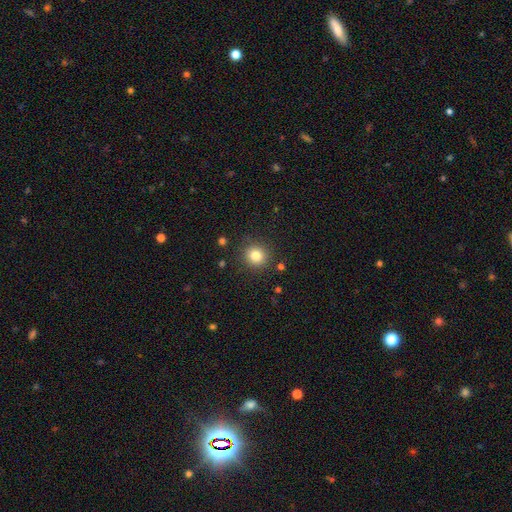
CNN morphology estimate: This appears to be a smooth galaxy with no disk features (81%) that is round (90%). Merging: none (88%).